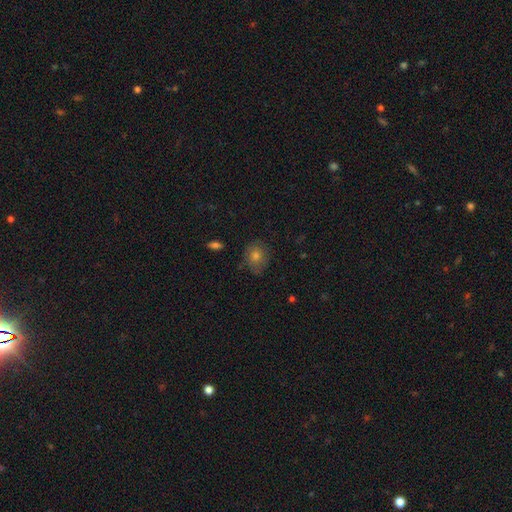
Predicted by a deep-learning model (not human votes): Overall: smooth (66%). How rounded: round (63%; in between 36%). Merging: none (76%).